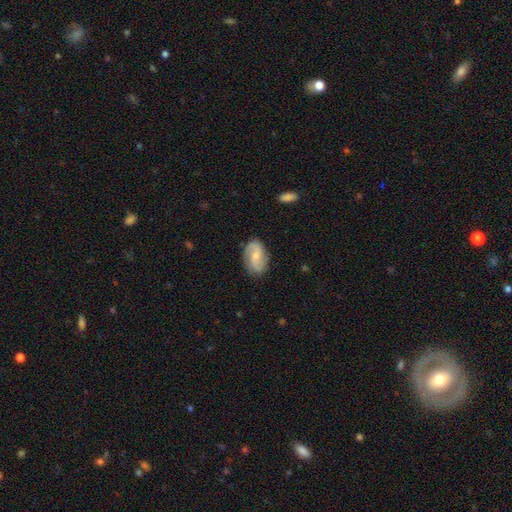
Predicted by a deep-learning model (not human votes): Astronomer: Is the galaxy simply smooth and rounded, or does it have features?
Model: featured or disk — 68%.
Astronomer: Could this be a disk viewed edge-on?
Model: no — 97%.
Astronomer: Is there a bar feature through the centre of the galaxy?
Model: no — 47% (runner-up: weak, 44%).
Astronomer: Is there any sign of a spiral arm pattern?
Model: yes — 93%.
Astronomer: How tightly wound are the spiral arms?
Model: loose — 44% (runner-up: medium, 39%).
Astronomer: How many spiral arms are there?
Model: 2 — 87%.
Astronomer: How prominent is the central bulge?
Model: small — 56% (runner-up: moderate, 36%).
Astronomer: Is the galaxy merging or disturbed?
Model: none — 80%.